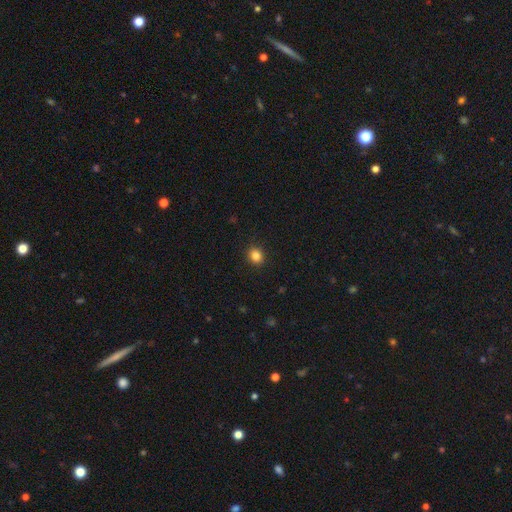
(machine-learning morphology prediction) A smooth galaxy with no disk features (85%) that is round (69%). Merging: none (91%).